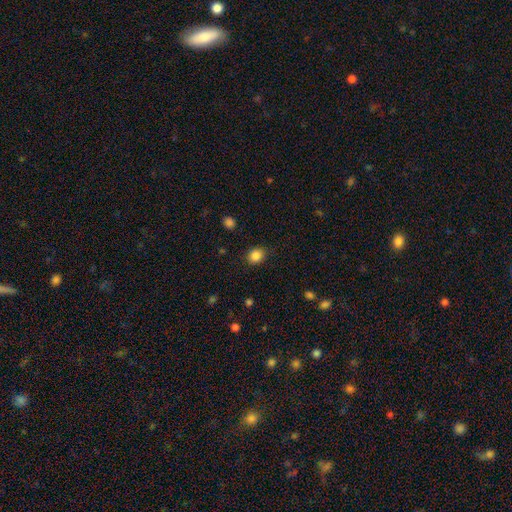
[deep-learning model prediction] Smooth or featured? Predicted: smooth (p=0.86). How rounded? Predicted: round (p=0.70). Merging? Predicted: none (p=0.85).